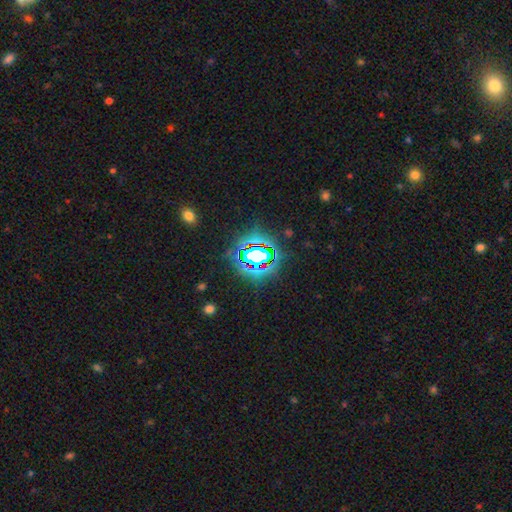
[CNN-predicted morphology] The model was most divided on "smooth or featured": star or artifact: 75%, smooth: 14%, featured or disk: 11%.